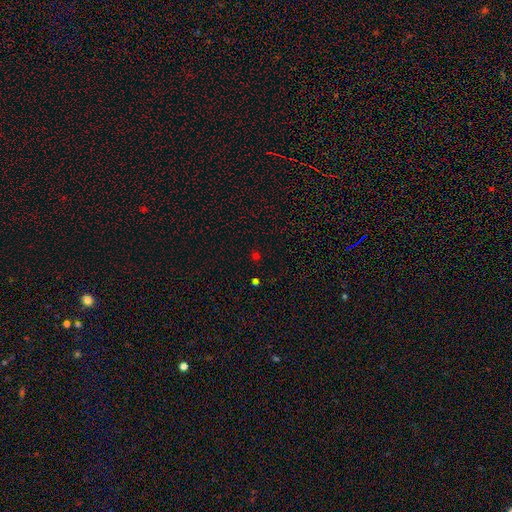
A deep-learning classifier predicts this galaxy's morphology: smooth 54%, star or artifact 41%, featured or disk 5%. Down the decision tree: how rounded — round (84%); merging — none (82%).